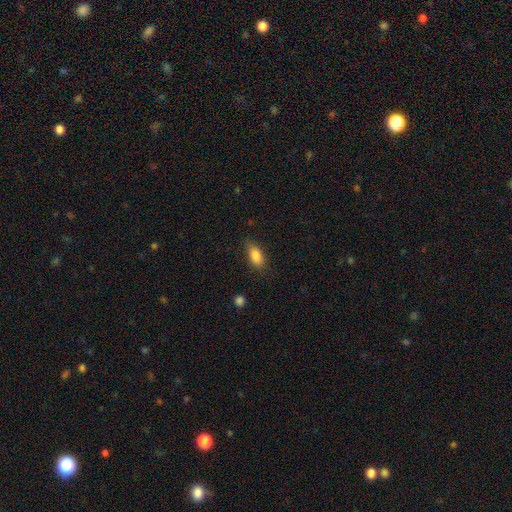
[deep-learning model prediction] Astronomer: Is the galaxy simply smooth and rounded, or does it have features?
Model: smooth — 86%.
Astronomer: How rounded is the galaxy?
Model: in between — 85%.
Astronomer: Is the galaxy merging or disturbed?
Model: none — 79%.